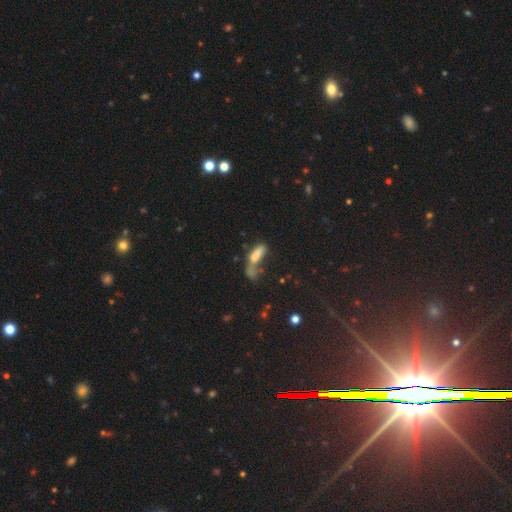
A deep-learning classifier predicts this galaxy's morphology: Smooth or featured? smooth (63%)
How rounded? in between (54%)
Merging? merger (29%)